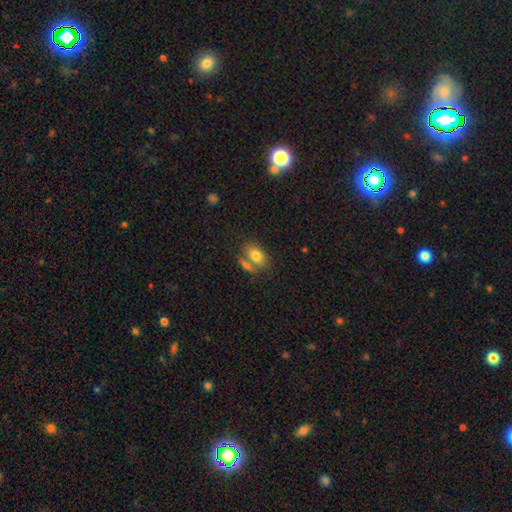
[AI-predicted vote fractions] Smooth or featured? Predicted: smooth (p=0.78). How rounded? Predicted: in between (p=0.89). Merging? Predicted: none (p=0.47).